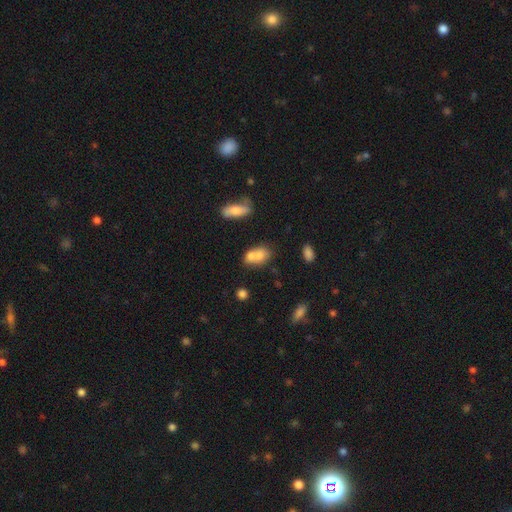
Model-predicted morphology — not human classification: smooth_or_featured: smooth (p=0.70) [alt: featured or disk p=0.20]
how_rounded: in between (p=0.69) [alt: round p=0.28]
merging: merger (p=0.59) [alt: none p=0.26]